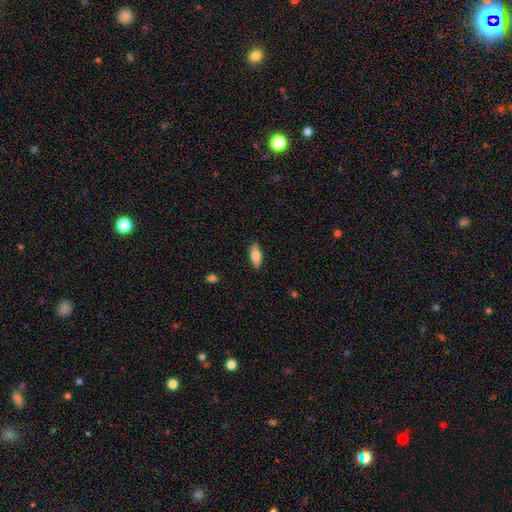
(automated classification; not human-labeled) Smooth or featured? Predicted: smooth (p=0.79). How rounded? Predicted: in between (p=0.78). Merging? Predicted: none (p=0.86).